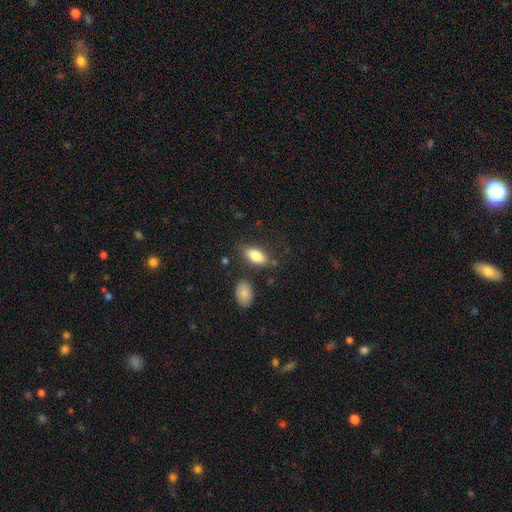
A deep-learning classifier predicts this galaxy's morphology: smooth_or_featured: smooth (p=0.83) [alt: featured or disk p=0.10]
how_rounded: in between (p=0.88) [alt: cigar-shaped p=0.08]
merging: none (p=0.75) [alt: minor disturbance p=0.15]